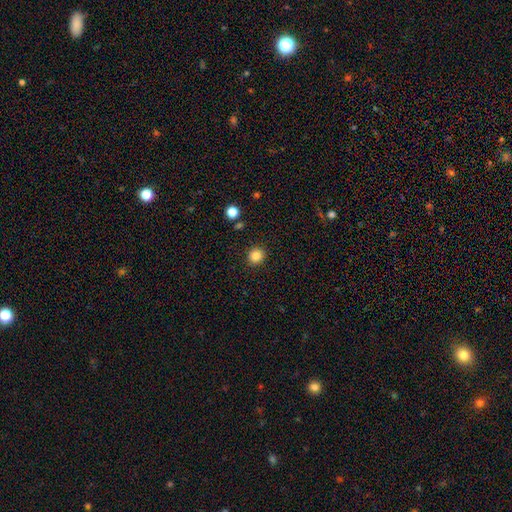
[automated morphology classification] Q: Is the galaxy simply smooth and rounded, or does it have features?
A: smooth — 84%.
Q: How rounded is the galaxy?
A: round — 89%.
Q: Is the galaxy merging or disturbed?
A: none — 92%.